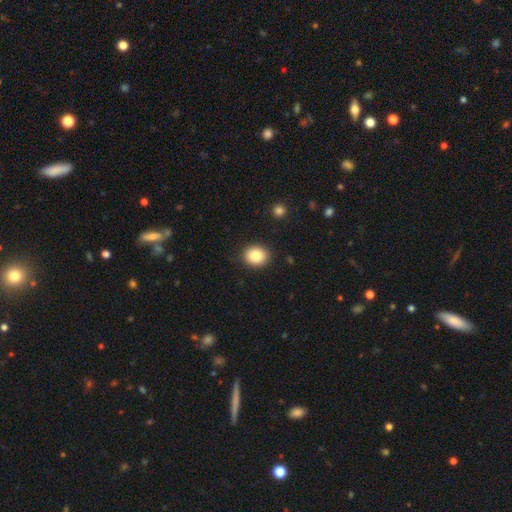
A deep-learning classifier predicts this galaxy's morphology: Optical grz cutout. It shows a smooth galaxy with no disk features (85%) that is round (70%). Merging: none (89%).